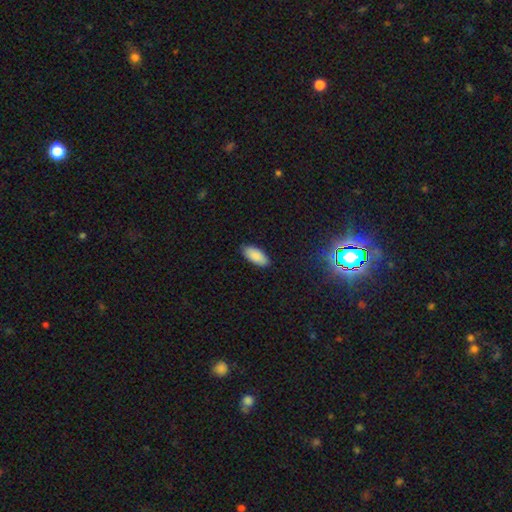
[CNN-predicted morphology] type=smooth (88%); roundness=in between (89%); merging=none (86%).